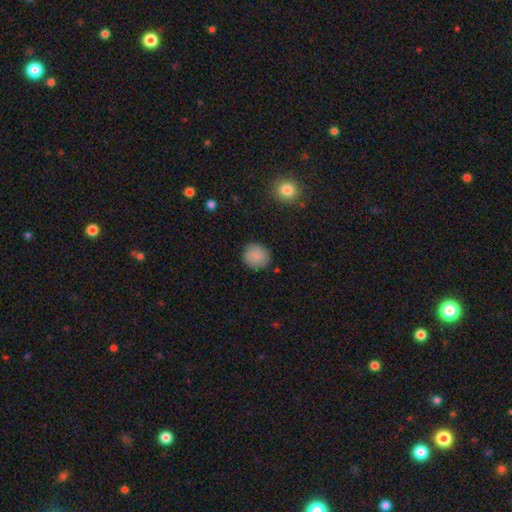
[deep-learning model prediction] smooth 85%, featured or disk 8%, star or artifact 7%. Down the decision tree: how rounded — round (85%); merging — none (85%).